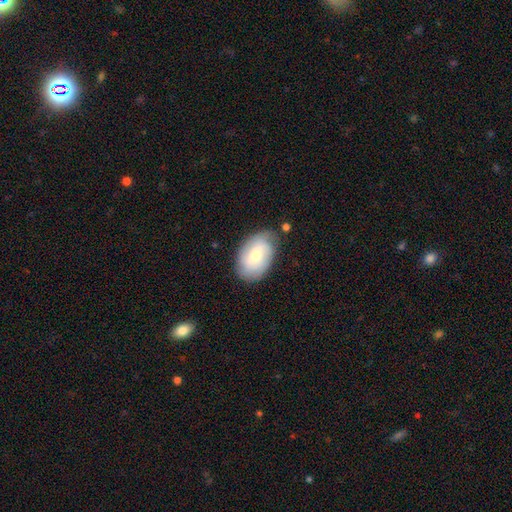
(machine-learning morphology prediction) The model was most divided on "smooth or featured": smooth: 59%, featured or disk: 34%, star or artifact: 7%. More confident: how rounded — in between (88%); merging — none (70%).